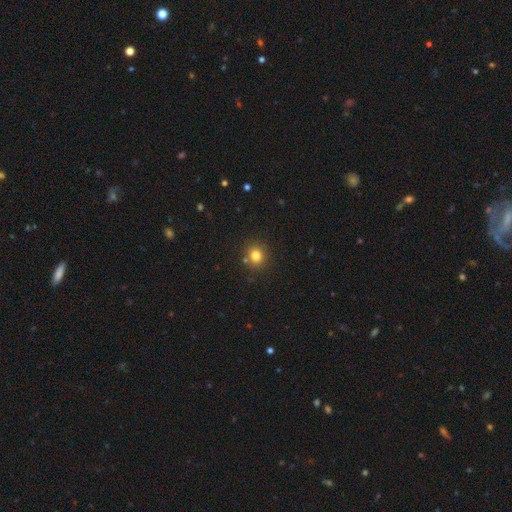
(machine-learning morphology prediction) type=smooth (80%); roundness=round (84%); merging=none (82%).